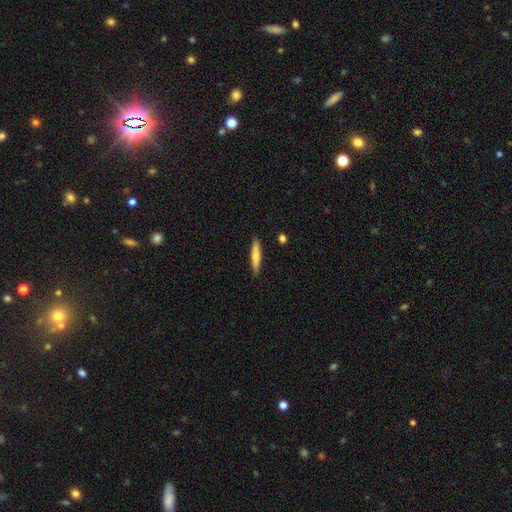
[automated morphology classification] smooth-or-featured: smooth: 65% | featured or disk: 30% | star or artifact: 6%
  how-rounded: cigar-shaped: 89% | in between: 9% | round: 2%
  merging: none: 88% | minor disturbance: 8% | merger: 2% | major disturbance: 2%